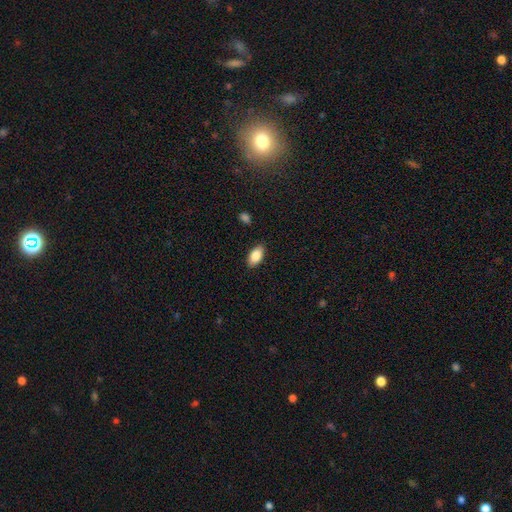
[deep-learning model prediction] Q: Smooth or featured?
A: smooth (86%); runner-up: star or artifact (7%)
Q: How rounded?
A: in between (93%); runner-up: round (4%)
Q: Merging?
A: none (87%); runner-up: minor disturbance (10%)